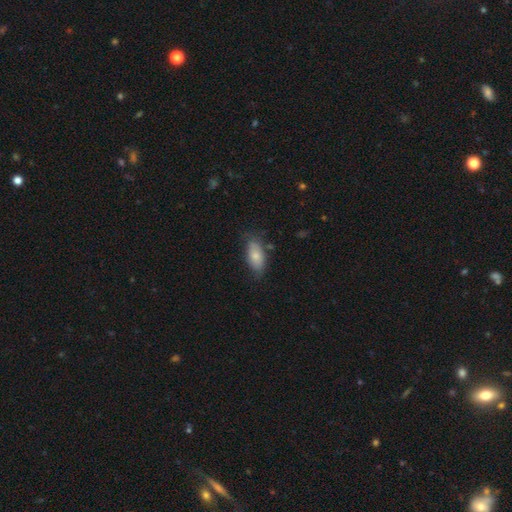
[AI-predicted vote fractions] A smooth galaxy with no disk features (76%) that is in between round and cigar-shaped (91%).

Vote fractions:
- Smooth or featured? smooth: 76% / featured or disk: 18% / star or artifact: 7%
- How rounded? in between: 91% / cigar-shaped: 6% / round: 3%
- Merging? none: 64% / minor disturbance: 26% / major disturbance: 7% / merger: 3%